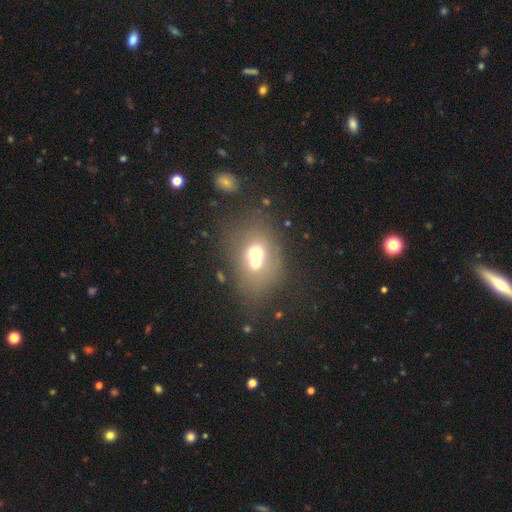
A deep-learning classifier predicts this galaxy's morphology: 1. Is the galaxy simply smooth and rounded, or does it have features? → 58% smooth, 28% featured or disk, 13% star or artifact.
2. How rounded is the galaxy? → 51% in between, 48% round, 1% cigar-shaped.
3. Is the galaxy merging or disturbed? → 62% merger, 25% none, 8% minor disturbance, 5% major disturbance.